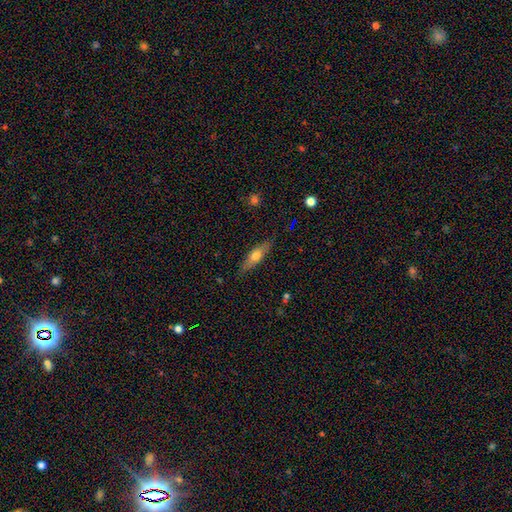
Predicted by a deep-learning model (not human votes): Overall: smooth (48%; featured or disk 45%). Merging: none (85%).